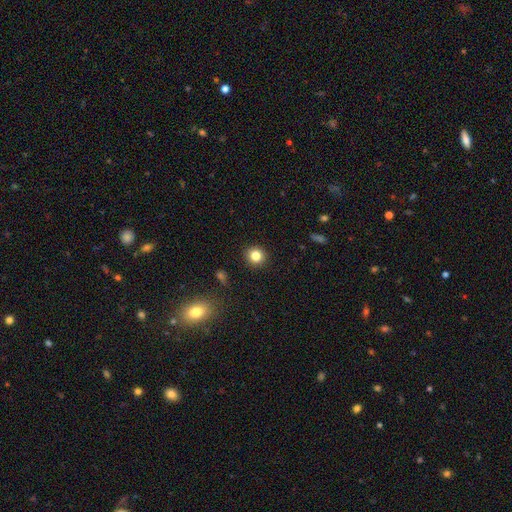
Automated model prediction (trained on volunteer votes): This is clearly a smooth galaxy (83%). How rounded: clearly round (91%). Merging: clearly none (92%).